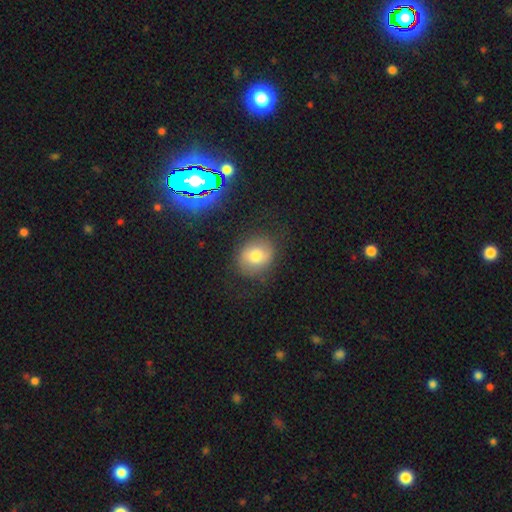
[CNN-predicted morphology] A smooth galaxy with no disk features (70%) that is round (65%).

Vote fractions:
- Smooth or featured? smooth: 70% / featured or disk: 19% / star or artifact: 11%
- How rounded? round: 65% / in between: 34% / cigar-shaped: 1%
- Merging? none: 79% / minor disturbance: 14% / major disturbance: 6% / merger: 2%